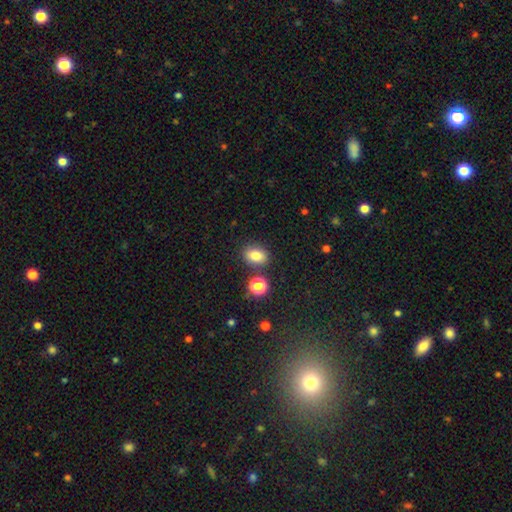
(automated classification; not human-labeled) Smooth or featured?
  - smooth: 82% *
  - star or artifact: 12%
  - featured or disk: 7%
How rounded?
  - in between: 68% *
  - round: 31%
  - cigar-shaped: 1%
Merging?
  - none: 81% *
  - minor disturbance: 10%
  - merger: 6%
  - major disturbance: 3%